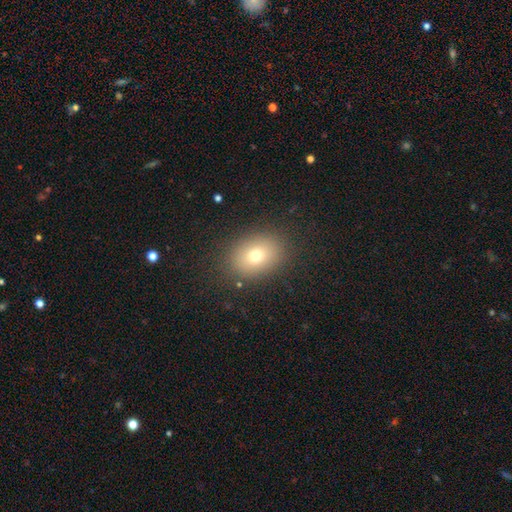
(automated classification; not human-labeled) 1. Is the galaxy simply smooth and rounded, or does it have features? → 75% smooth, 13% star or artifact, 12% featured or disk.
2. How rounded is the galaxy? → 66% in between, 33% round, 1% cigar-shaped.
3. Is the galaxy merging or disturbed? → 87% none, 9% minor disturbance, 4% major disturbance, 1% merger.